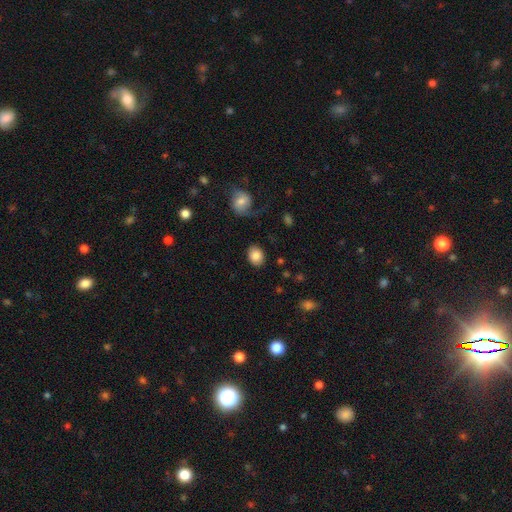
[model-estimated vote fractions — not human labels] Smooth or featured: smooth — 84% (featured or disk — 8%)
How rounded: in between — 55% (round — 44%)
Merging: none — 84% (minor disturbance — 10%)